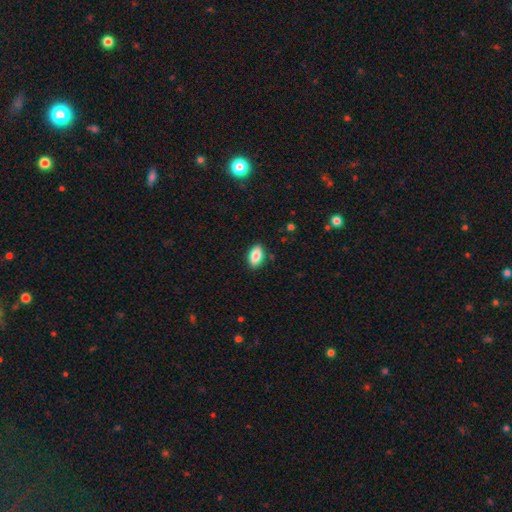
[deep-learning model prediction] A smooth galaxy with no disk features (85%) that is in between round and cigar-shaped (91%). Merging: none (87%).